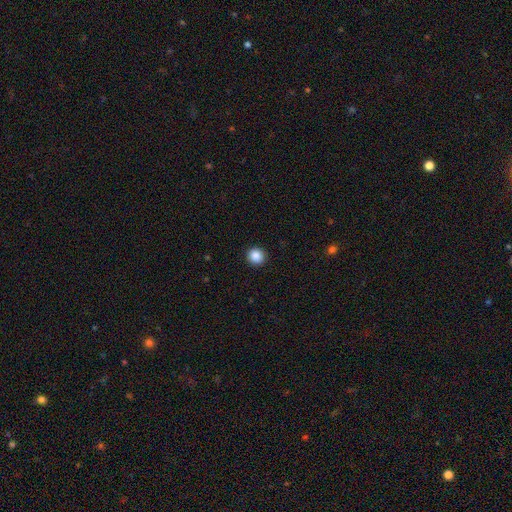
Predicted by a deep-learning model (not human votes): A smooth galaxy with no disk features (88%) that is round (94%). Merging: none (93%).